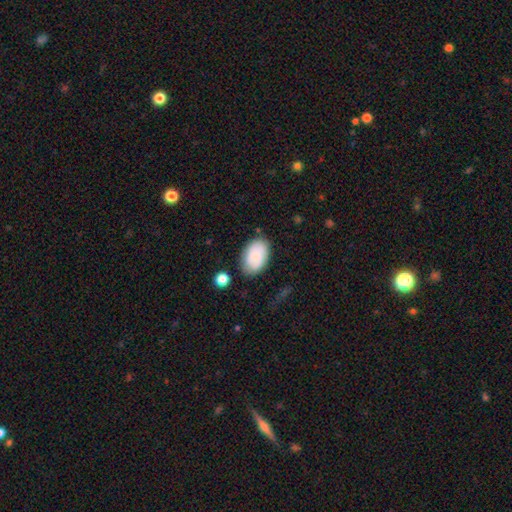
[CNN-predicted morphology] Q: Smooth or featured?
A: smooth (78%); runner-up: featured or disk (14%)
Q: How rounded?
A: in between (91%); runner-up: round (8%)
Q: Merging?
A: none (75%); runner-up: minor disturbance (17%)